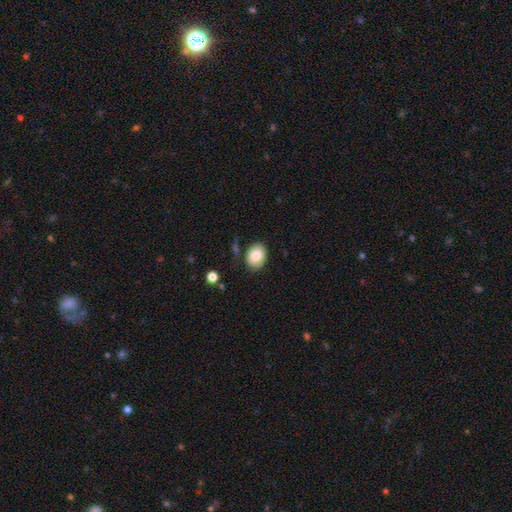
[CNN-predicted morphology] type=smooth (83%); roundness=in between (66%); merging=none (80%).